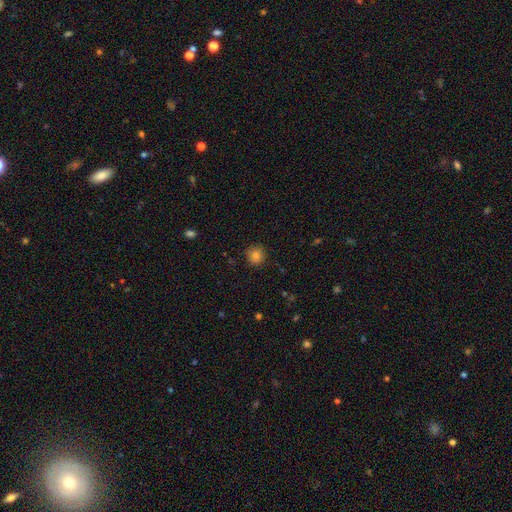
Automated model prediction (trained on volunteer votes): This appears to be a smooth galaxy with no disk features (82%) that is round (92%). Merging: none (89%).